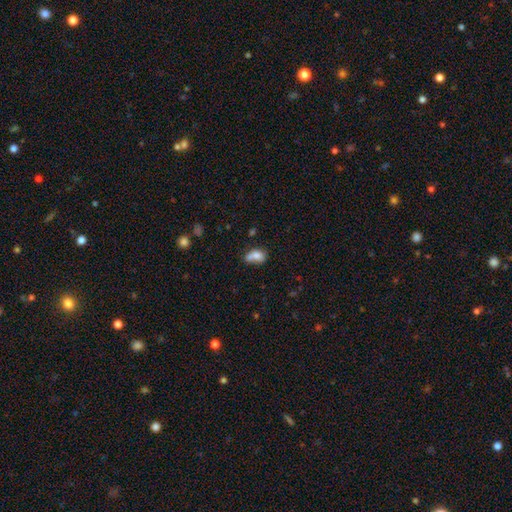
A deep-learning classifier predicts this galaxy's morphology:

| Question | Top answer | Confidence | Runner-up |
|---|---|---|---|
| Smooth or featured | smooth | 76% | featured or disk (14%) |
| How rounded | in between | 74% | round (23%) |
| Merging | merger | 42% | none (30%) |